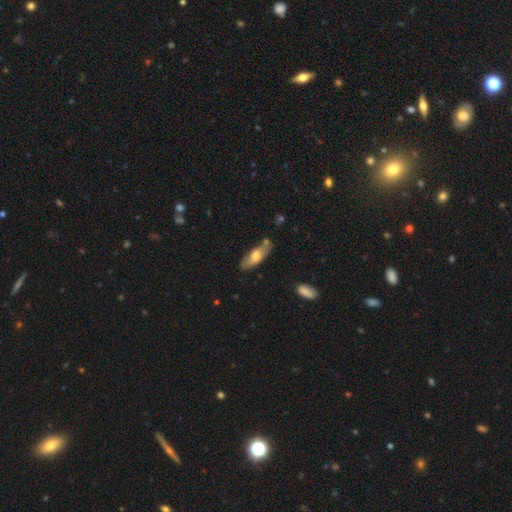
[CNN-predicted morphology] Smooth or featured: smooth — 59% (featured or disk — 36%)
How rounded: in between — 64% (cigar-shaped — 34%)
Merging: none — 68% (minor disturbance — 21%)